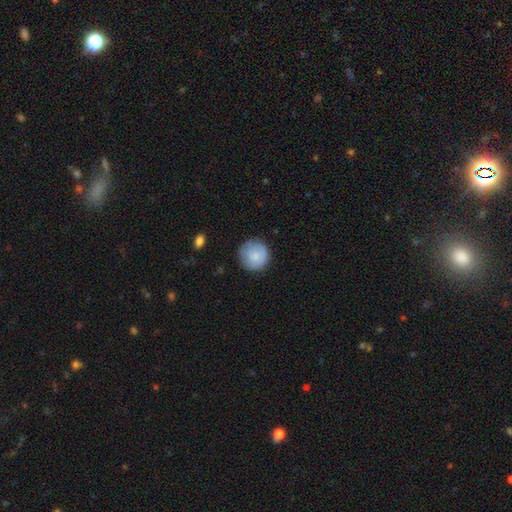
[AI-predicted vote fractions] Q: Smooth or featured?
A: smooth (82%); runner-up: featured or disk (12%)
Q: How rounded?
A: round (95%); runner-up: in between (4%)
Q: Merging?
A: none (82%); runner-up: minor disturbance (14%)